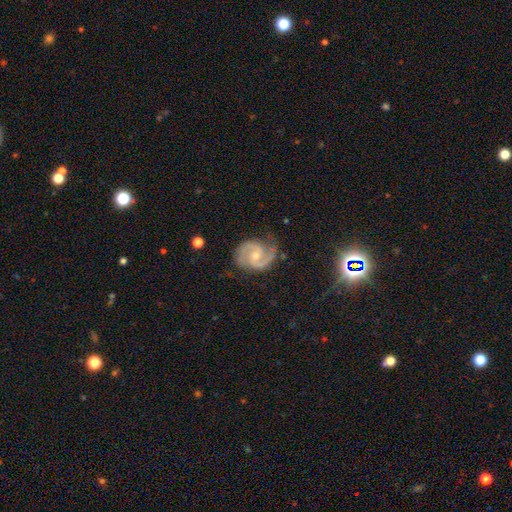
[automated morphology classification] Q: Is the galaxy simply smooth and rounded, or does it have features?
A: featured or disk — 91%.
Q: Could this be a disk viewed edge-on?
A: no — 98%.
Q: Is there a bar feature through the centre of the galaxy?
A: no — 53%.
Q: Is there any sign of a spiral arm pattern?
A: yes — 98%.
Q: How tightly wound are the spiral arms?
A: medium — 58%.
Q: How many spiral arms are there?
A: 2 — 92%.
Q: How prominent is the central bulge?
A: moderate — 50%.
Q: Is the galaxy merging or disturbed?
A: none — 73%.